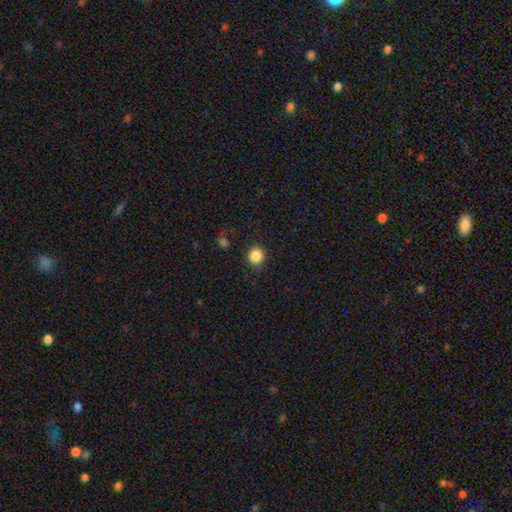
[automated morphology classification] Smooth or featured?
  - smooth: 86% *
  - star or artifact: 10%
  - featured or disk: 4%
How rounded?
  - round: 90% *
  - in between: 9%
  - cigar-shaped: 1%
Merging?
  - none: 88% *
  - minor disturbance: 8%
  - major disturbance: 3%
  - merger: 2%